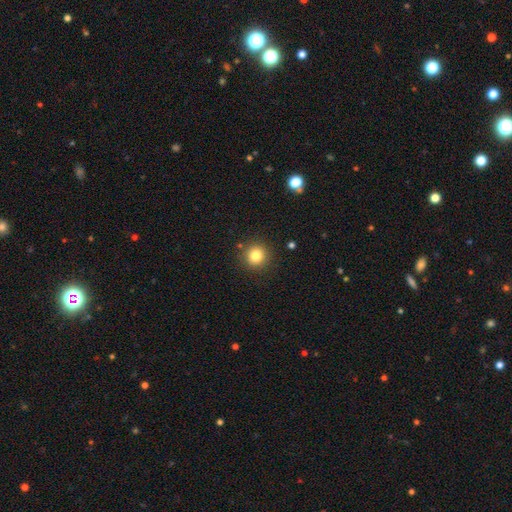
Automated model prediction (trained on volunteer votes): This appears to be a smooth galaxy with no disk features (81%) that is round (93%). Merging: none (88%).